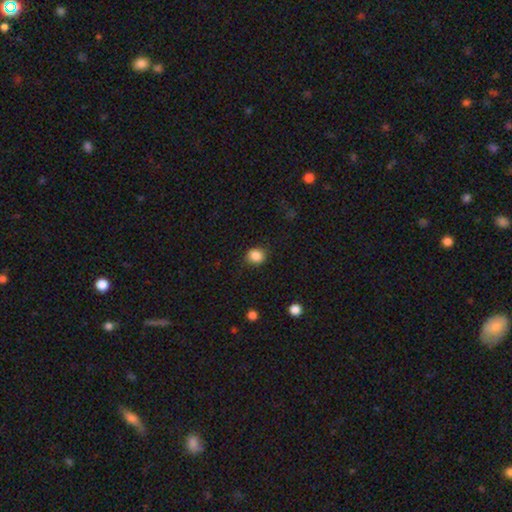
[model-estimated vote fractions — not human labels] smooth_or_featured: smooth (p=0.86) [alt: star or artifact p=0.10]
how_rounded: round (p=0.75) [alt: in between p=0.24]
merging: none (p=0.85) [alt: minor disturbance p=0.11]